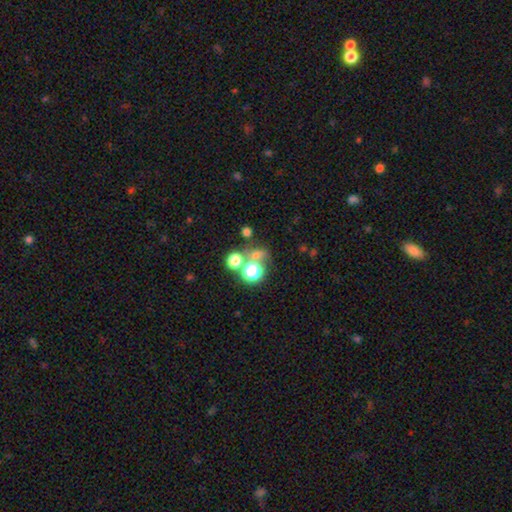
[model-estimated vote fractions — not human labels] This is possibly a smooth galaxy (58%). How rounded: likely round (78%). Merging: possibly none (55%).